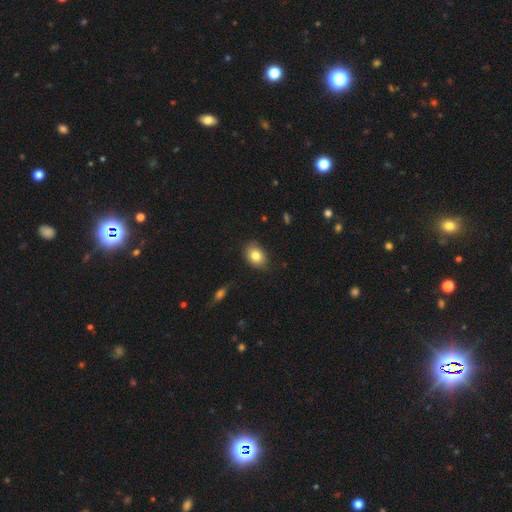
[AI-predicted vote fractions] Smooth or featured?
  - smooth: 82% *
  - featured or disk: 10%
  - star or artifact: 9%
How rounded?
  - in between: 72% *
  - round: 27%
  - cigar-shaped: 1%
Merging?
  - none: 79% *
  - minor disturbance: 17%
  - major disturbance: 3%
  - merger: 1%